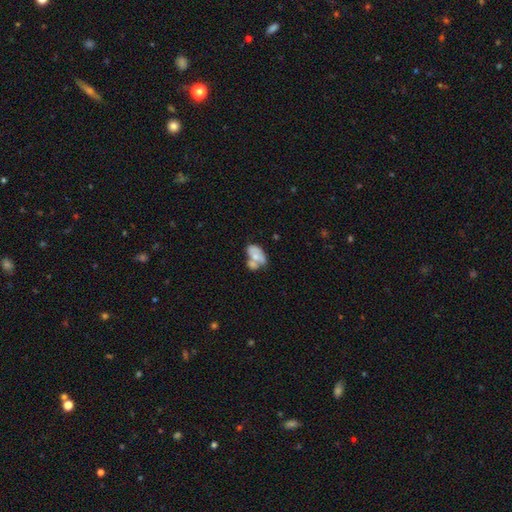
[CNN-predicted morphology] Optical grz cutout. It shows a smooth galaxy with no disk features (55%) that is in between round and cigar-shaped (87%). Merging: merger (55%).